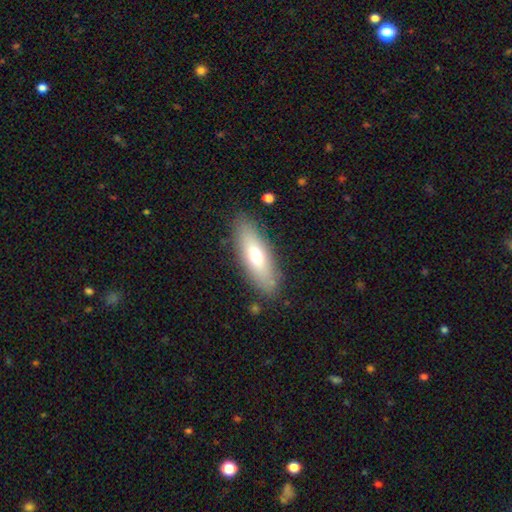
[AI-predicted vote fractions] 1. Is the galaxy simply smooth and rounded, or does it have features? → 65% smooth, 29% featured or disk, 6% star or artifact.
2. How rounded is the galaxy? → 58% in between, 40% cigar-shaped, 2% round.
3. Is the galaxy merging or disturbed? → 86% none, 10% minor disturbance, 3% major disturbance, 2% merger.